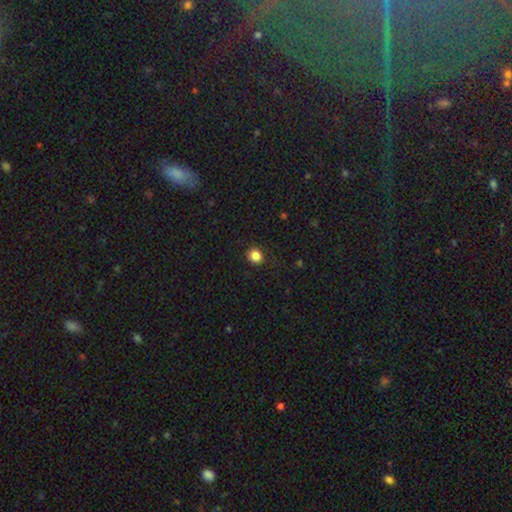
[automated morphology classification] Q: Smooth or featured?
A: smooth (85%); runner-up: star or artifact (11%)
Q: How rounded?
A: round (81%); runner-up: in between (18%)
Q: Merging?
A: none (90%); runner-up: minor disturbance (7%)